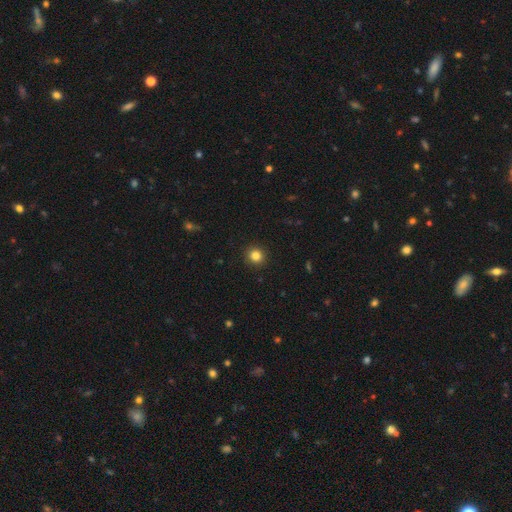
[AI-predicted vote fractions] smooth 83%, star or artifact 12%, featured or disk 5%. Down the decision tree: how rounded — round (92%); merging — none (92%).